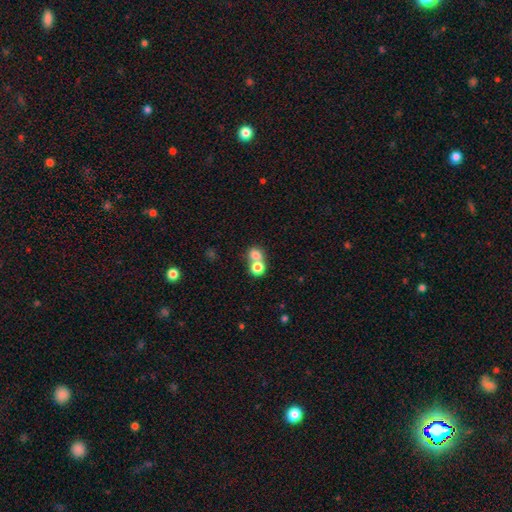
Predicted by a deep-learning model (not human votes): This is likely a smooth galaxy (75%). How rounded: likely round (75%). Merging: possibly merger (54%).